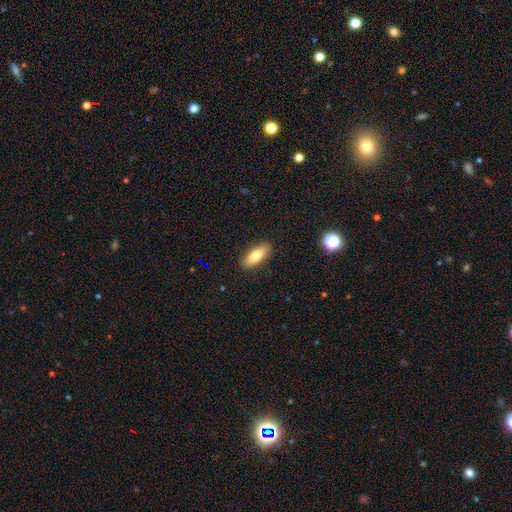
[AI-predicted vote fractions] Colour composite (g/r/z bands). It shows a smooth galaxy with no disk features (76%) that is in between round and cigar-shaped (68%). Merging: none (89%).